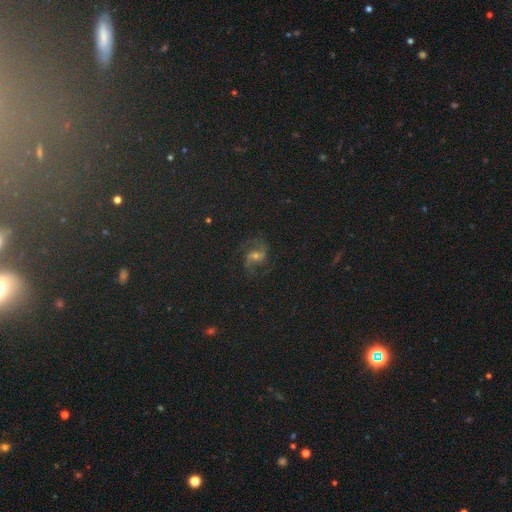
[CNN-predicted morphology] featured or disk 49%, star or artifact 36%, smooth 15%. Down the decision tree: merging — none (76%).